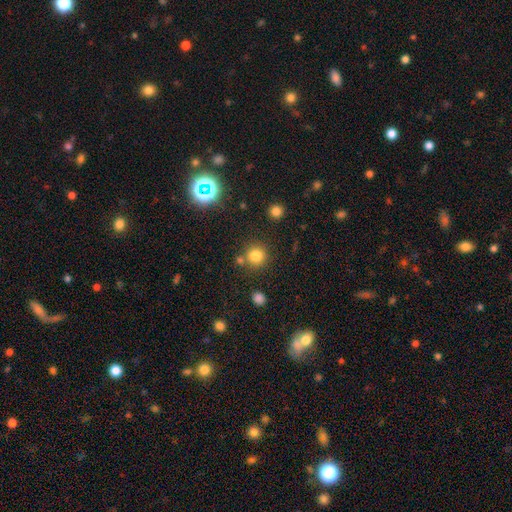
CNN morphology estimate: Overall: smooth (79%). How rounded: round (91%). Merging: none (75%).